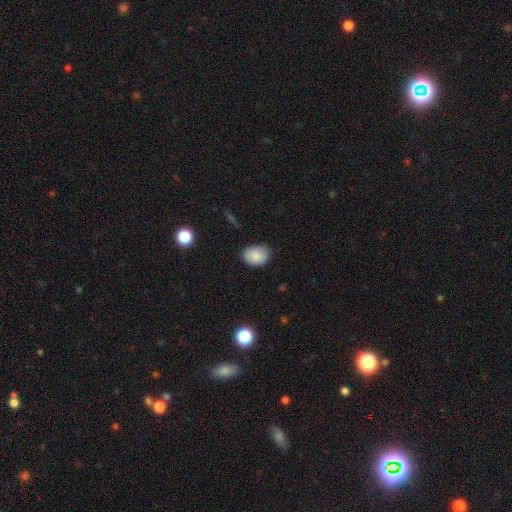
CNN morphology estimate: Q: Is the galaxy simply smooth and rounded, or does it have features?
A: smooth — 85%.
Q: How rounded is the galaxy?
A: in between — 69%.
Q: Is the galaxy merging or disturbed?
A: none — 81%.